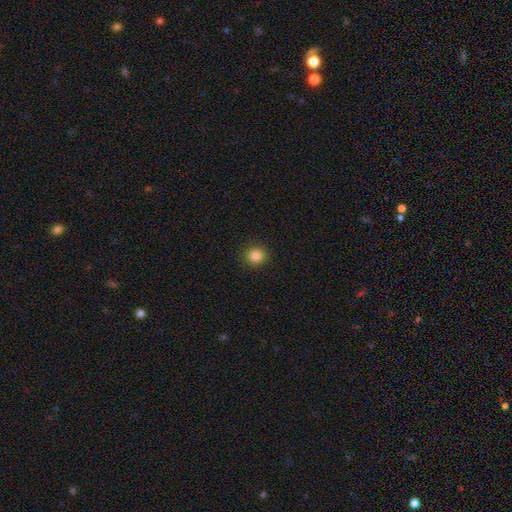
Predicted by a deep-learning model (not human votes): This appears to be a smooth galaxy with no disk features (85%) that is round (93%). Merging: none (91%).